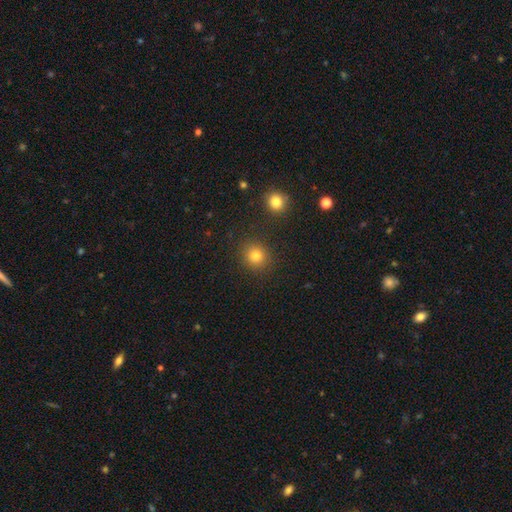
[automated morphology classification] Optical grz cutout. It shows a smooth galaxy with no disk features (82%) that is round (86%). Merging: none (87%).